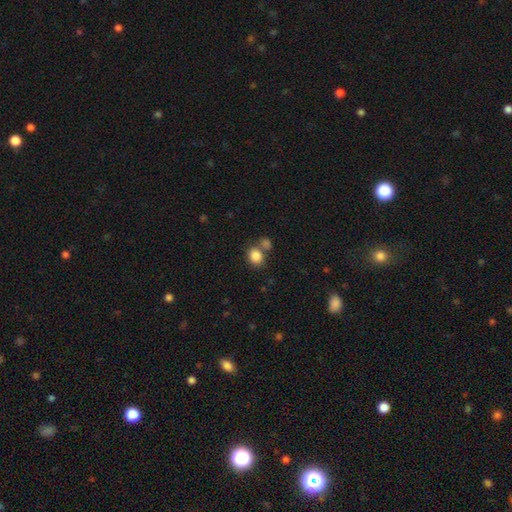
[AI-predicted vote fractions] Smooth or featured? smooth (85%)
How rounded? round (65%)
Merging? none (57%)